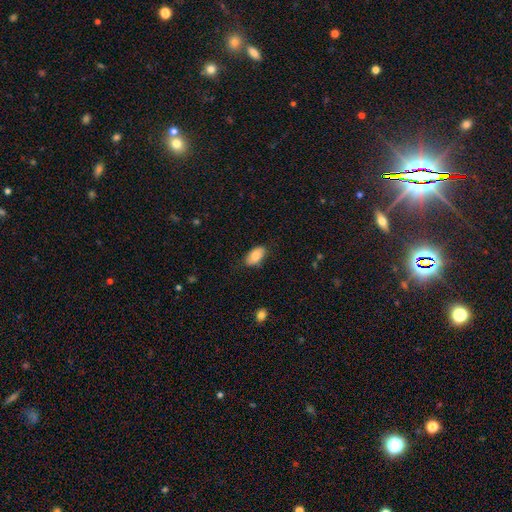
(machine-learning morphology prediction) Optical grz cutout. It shows a smooth galaxy with no disk features (84%) that is in between round and cigar-shaped (94%). Merging: none (81%).